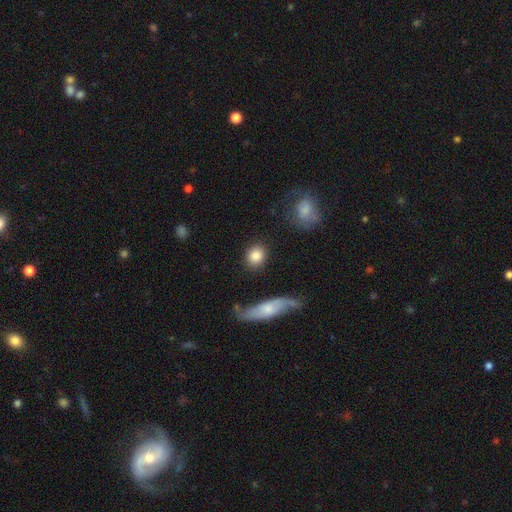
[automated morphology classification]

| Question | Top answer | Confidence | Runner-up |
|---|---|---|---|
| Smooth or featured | smooth | 85% | featured or disk (8%) |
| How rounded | round | 69% | in between (28%) |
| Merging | none | 84% | minor disturbance (9%) |